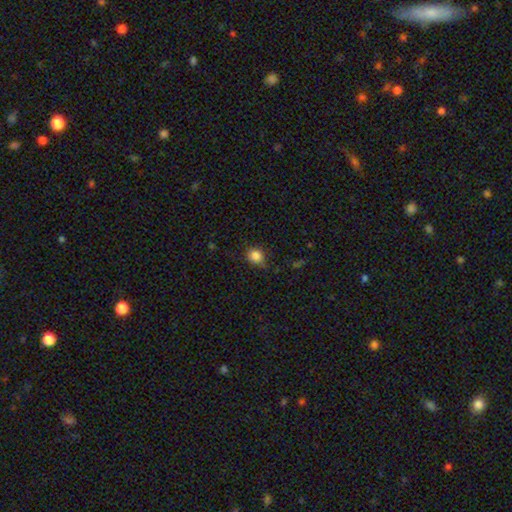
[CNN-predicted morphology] type=smooth (84%); roundness=round (85%); merging=none (74%).